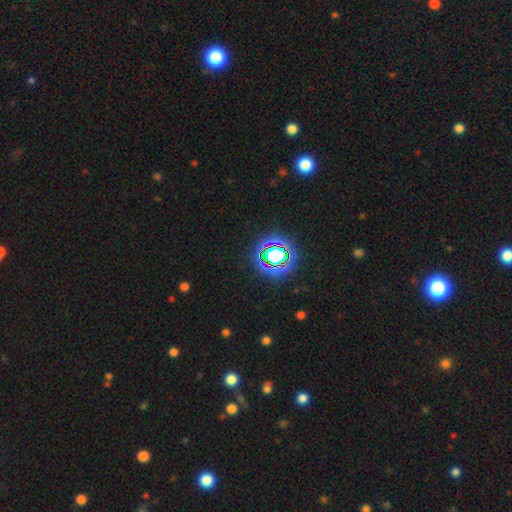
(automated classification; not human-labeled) smooth-or-featured: star or artifact: 73% | smooth: 19% | featured or disk: 8%